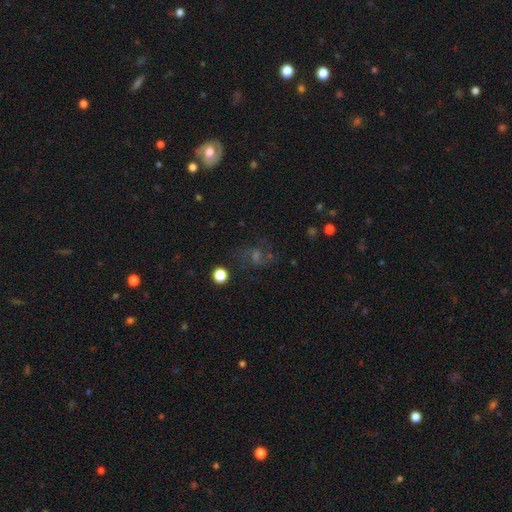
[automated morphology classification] Q: Smooth or featured?
A: featured or disk (46%); runner-up: star or artifact (29%)
Q: Merging?
A: none (66%); runner-up: minor disturbance (16%)